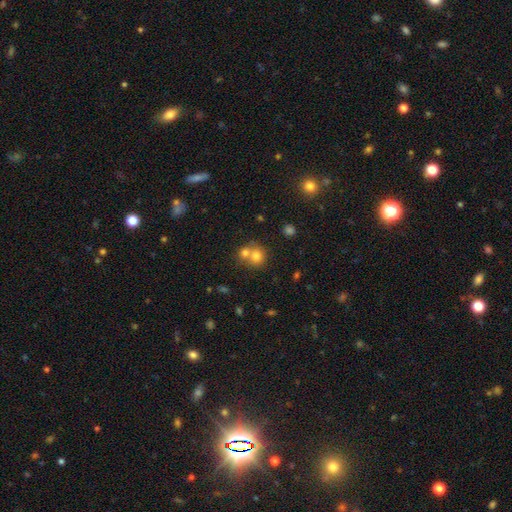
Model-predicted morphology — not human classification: This appears to be a smooth galaxy with no disk features (75%) that is round (80%). Merging: merger (53%).